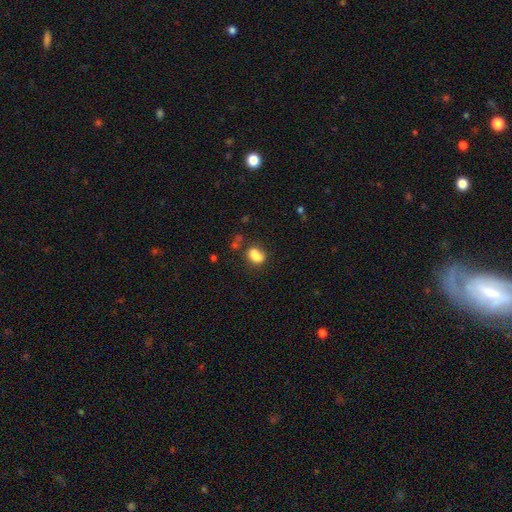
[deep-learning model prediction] The model was most divided on "merging": none: 48%, merger: 23%, minor disturbance: 20%, major disturbance: 9%. More confident: smooth or featured — smooth (80%); how rounded — in between (71%).